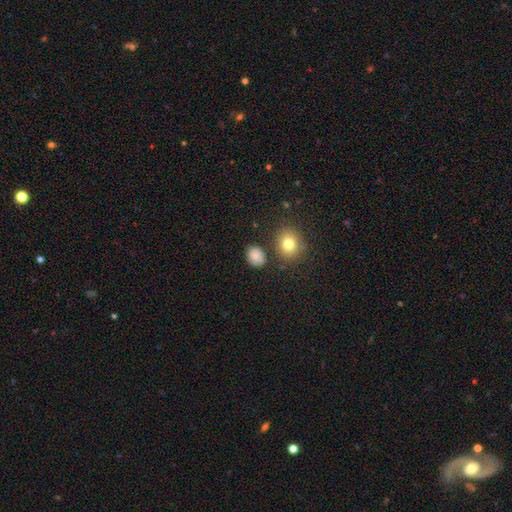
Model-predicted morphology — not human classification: A smooth galaxy with no disk features (83%) that is round (50%).

Vote fractions:
- Smooth or featured? smooth: 83% / star or artifact: 11% / featured or disk: 6%
- How rounded? round: 50% / in between: 48% / cigar-shaped: 1%
- Merging? none: 78% / minor disturbance: 14% / merger: 4% / major disturbance: 4%